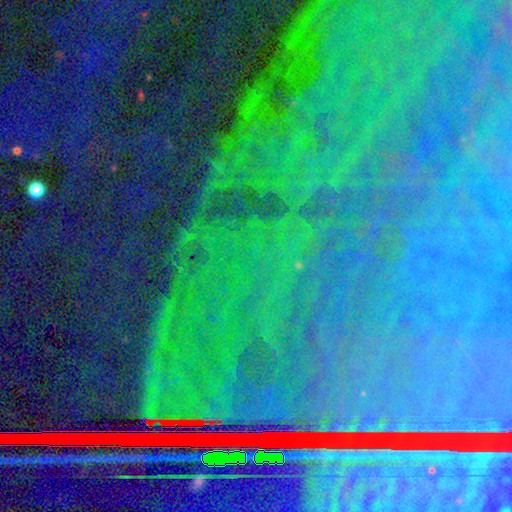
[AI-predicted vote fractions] Smooth or featured? Predicted: star or artifact (p=0.86).